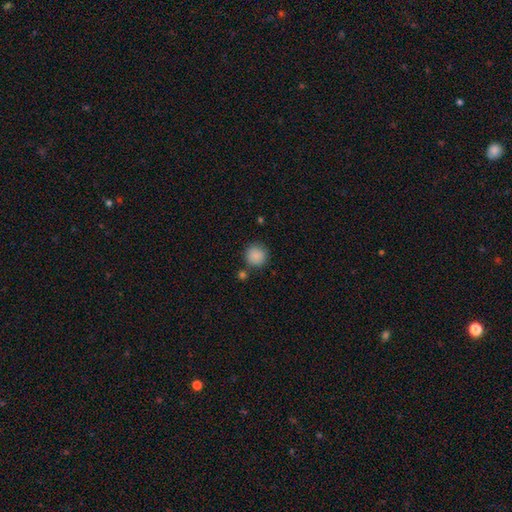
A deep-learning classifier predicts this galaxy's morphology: Smooth or featured? Predicted: smooth (p=0.88). How rounded? Predicted: round (p=0.91). Merging? Predicted: none (p=0.79).